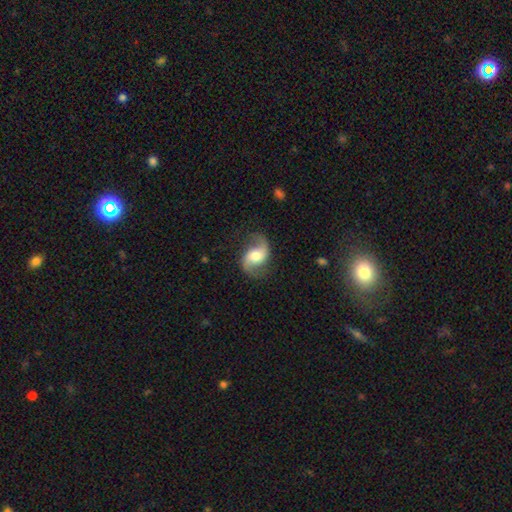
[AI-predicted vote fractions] smooth-or-featured: featured or disk: 80% | smooth: 14% | star or artifact: 6%
  disk-edge-on: no: 97% | yes: 3%
    bar: no: 49% | weak: 37% | strong: 14%
    has-spiral-arms: yes: 95% | no: 5%
      spiral-winding: loose: 63% | medium: 30% | tight: 7%
      spiral-arm-count: 2: 93% | can't tell: 2% | 1: 2% | 3: 1% | 4: 1% | more than 4: 1%
    bulge-size: moderate: 59% | large: 21% | small: 15% | dominant: 3% | none: 2%
  merging: none: 75% | minor disturbance: 15% | major disturbance: 8% | merger: 1%